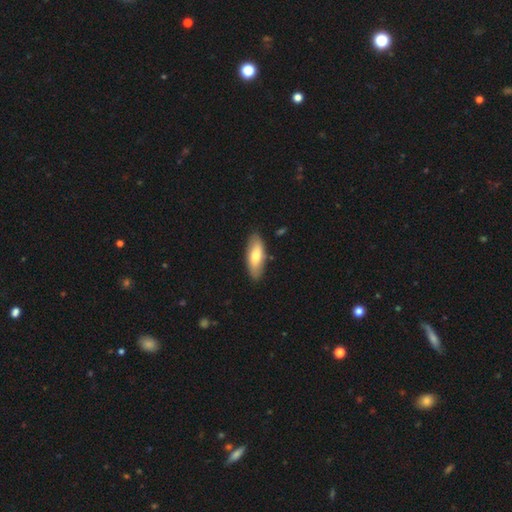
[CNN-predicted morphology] A smooth galaxy with no disk features (70%) that is in between round and cigar-shaped (77%).

Vote fractions:
- Smooth or featured? smooth: 70% / featured or disk: 25% / star or artifact: 5%
- How rounded? in between: 77% / cigar-shaped: 21% / round: 2%
- Merging? none: 84% / minor disturbance: 12% / major disturbance: 2% / merger: 2%